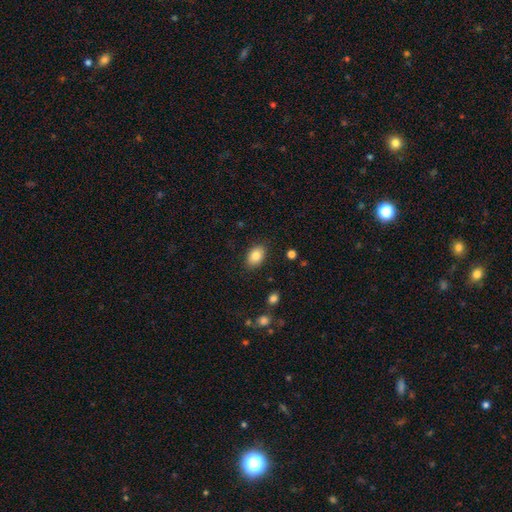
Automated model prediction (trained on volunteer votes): The model was most divided on "how rounded": in between: 84%, round: 15%, cigar-shaped: 1%. More confident: merging — none (87%); smooth or featured — smooth (84%).